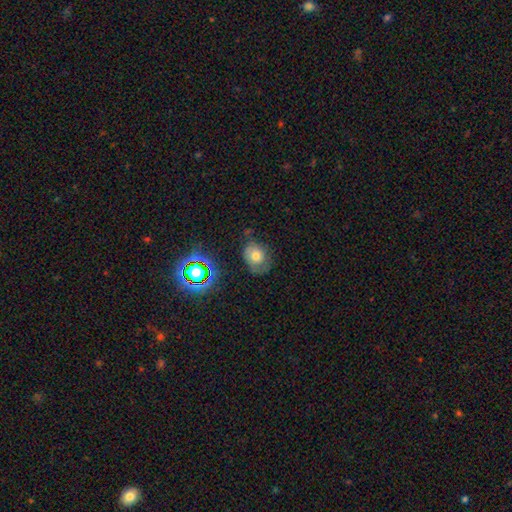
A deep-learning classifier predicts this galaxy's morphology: Smooth or featured?
  - smooth: 56% *
  - featured or disk: 28%
  - star or artifact: 16%
How rounded?
  - in between: 51% *
  - round: 48%
  - cigar-shaped: 1%
Merging?
  - none: 53% *
  - minor disturbance: 30%
  - major disturbance: 14%
  - merger: 3%